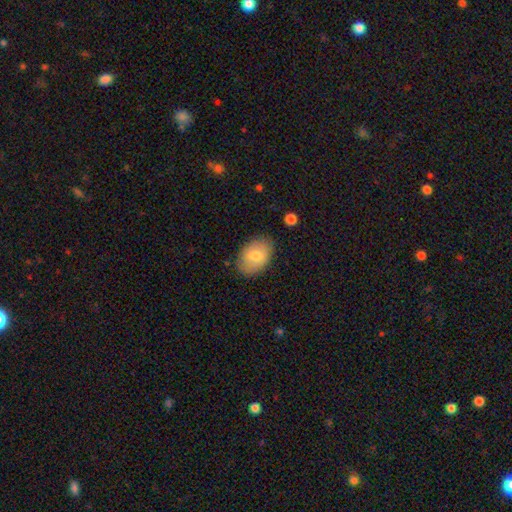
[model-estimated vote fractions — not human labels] Smooth or featured: smooth — 75% (featured or disk — 18%)
How rounded: in between — 86% (round — 13%)
Merging: none — 82% (minor disturbance — 14%)